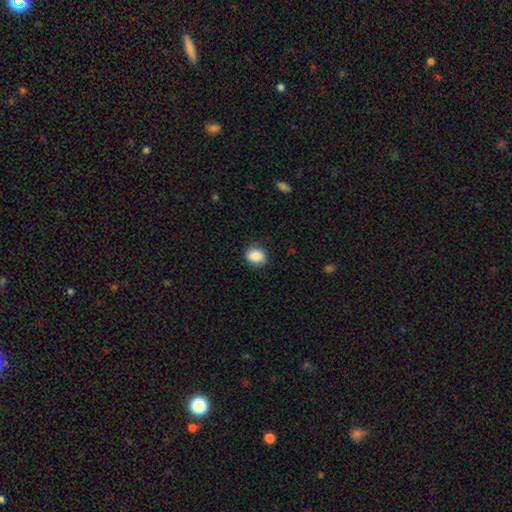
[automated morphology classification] A smooth galaxy with no disk features (86%) that is round (56%).

Vote fractions:
- Smooth or featured? smooth: 86% / star or artifact: 8% / featured or disk: 6%
- How rounded? round: 56% / in between: 43% / cigar-shaped: 1%
- Merging? none: 83% / minor disturbance: 13% / major disturbance: 3% / merger: 1%